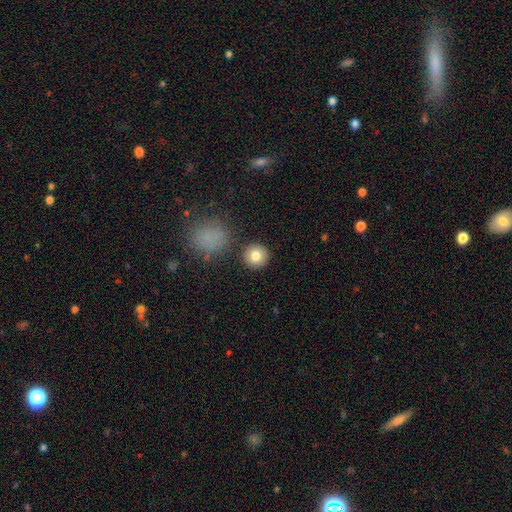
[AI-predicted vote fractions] A smooth galaxy with no disk features (82%) that is round (94%).

Vote fractions:
- Smooth or featured? smooth: 82% / star or artifact: 10% / featured or disk: 8%
- How rounded? round: 94% / in between: 5% / cigar-shaped: 1%
- Merging? none: 87% / minor disturbance: 6% / merger: 4% / major disturbance: 2%